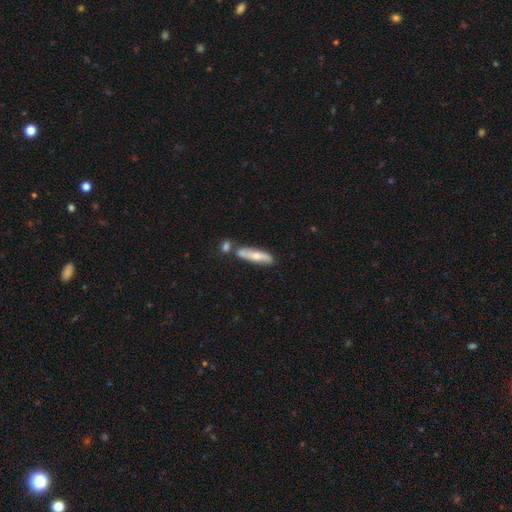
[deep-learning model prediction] smooth-or-featured: smooth: 50% | featured or disk: 44% | star or artifact: 6%
  how-rounded: cigar-shaped: 74% | in between: 23% | round: 2%
  merging: none: 62% | merger: 20% | minor disturbance: 14% | major disturbance: 3%